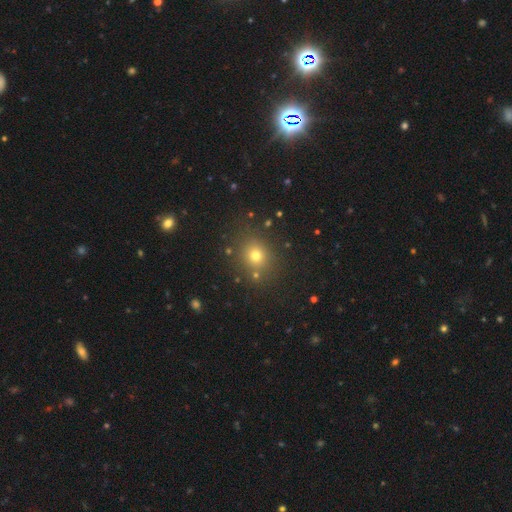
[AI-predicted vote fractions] Smooth or featured?
  - smooth: 69% *
  - star or artifact: 22%
  - featured or disk: 9%
How rounded?
  - round: 79% *
  - in between: 20%
  - cigar-shaped: 1%
Merging?
  - none: 84% *
  - minor disturbance: 8%
  - merger: 4%
  - major disturbance: 3%